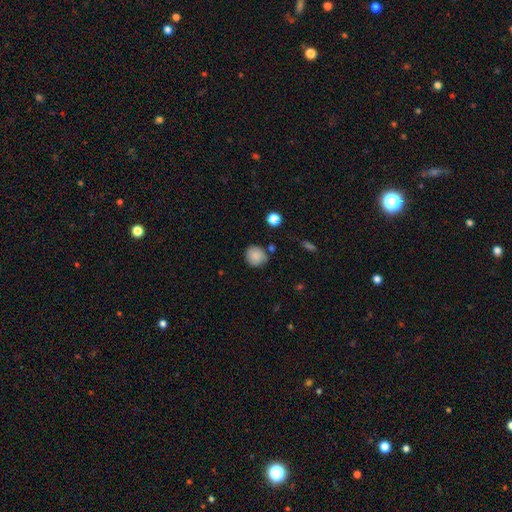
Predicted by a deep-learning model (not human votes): Smooth or featured? Predicted: smooth (p=0.84). How rounded? Predicted: round (p=0.86). Merging? Predicted: none (p=0.76).